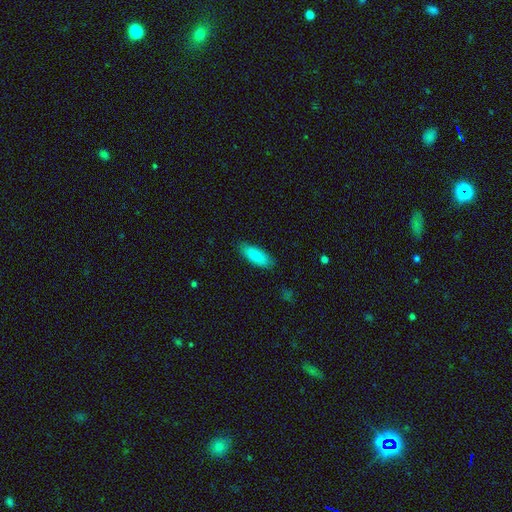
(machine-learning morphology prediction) smooth 84%, featured or disk 10%, star or artifact 6%. Down the decision tree: how rounded — in between (72%); merging — none (86%).